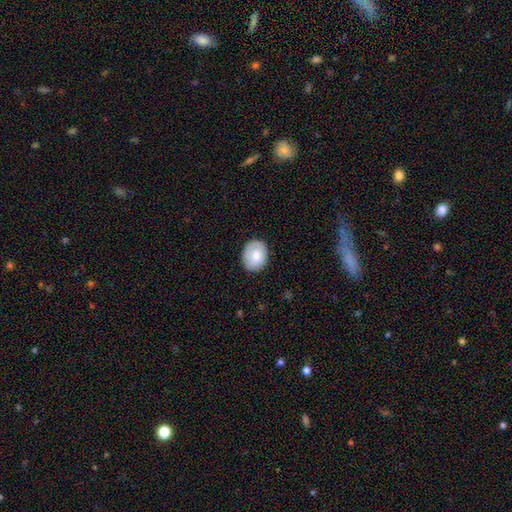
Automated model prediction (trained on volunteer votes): Morphology: type=smooth (76%); roundness=round (50%); merging=none (81%).